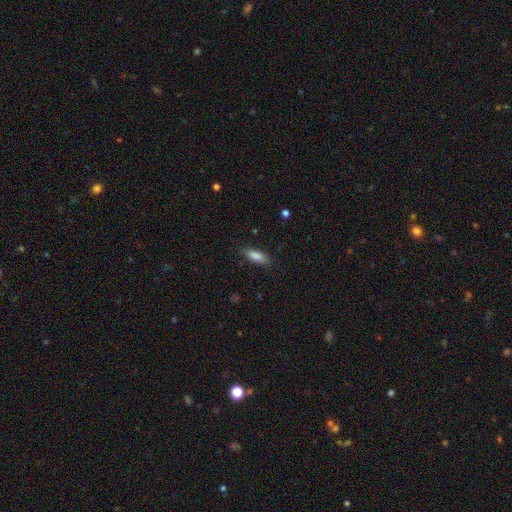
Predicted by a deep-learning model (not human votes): A smooth galaxy with no disk features (84%) that is in between round and cigar-shaped (58%). Merging: none (84%).